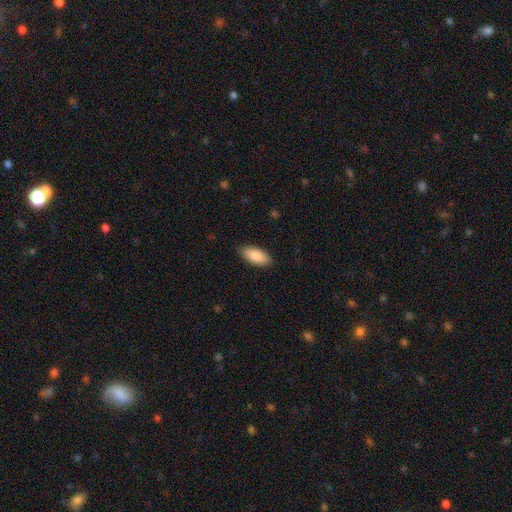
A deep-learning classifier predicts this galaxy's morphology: The model was most divided on "merging": none: 87%, minor disturbance: 10%, major disturbance: 2%, merger: 1%. More confident: how rounded — in between (89%); smooth or featured — smooth (88%).